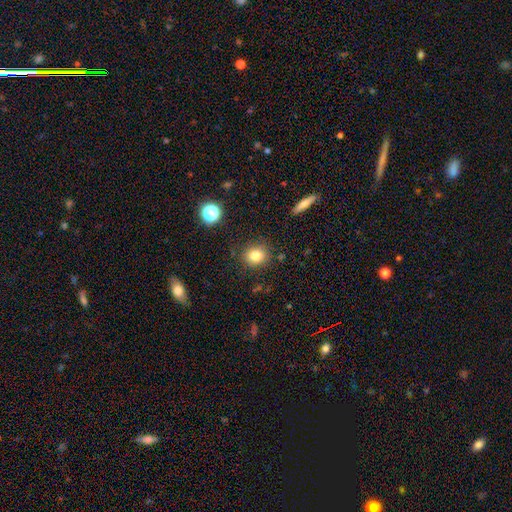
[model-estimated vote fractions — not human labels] smooth_or_featured: smooth (p=0.80) [alt: star or artifact p=0.12]
how_rounded: round (p=0.73) [alt: in between p=0.26]
merging: none (p=0.86) [alt: minor disturbance p=0.09]